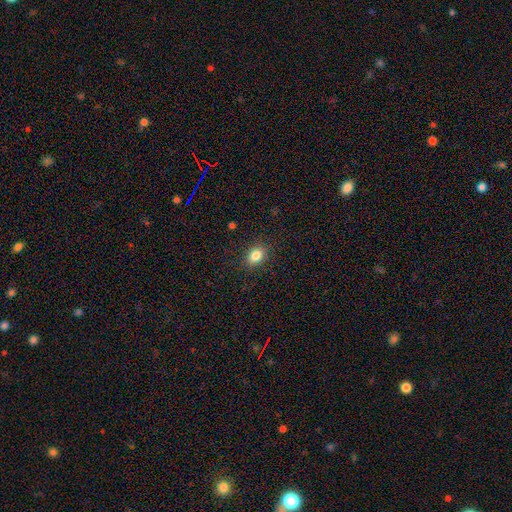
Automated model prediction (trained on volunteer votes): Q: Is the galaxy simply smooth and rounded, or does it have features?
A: smooth — 84%.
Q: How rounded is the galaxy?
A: in between — 73%.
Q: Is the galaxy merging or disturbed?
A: none — 88%.